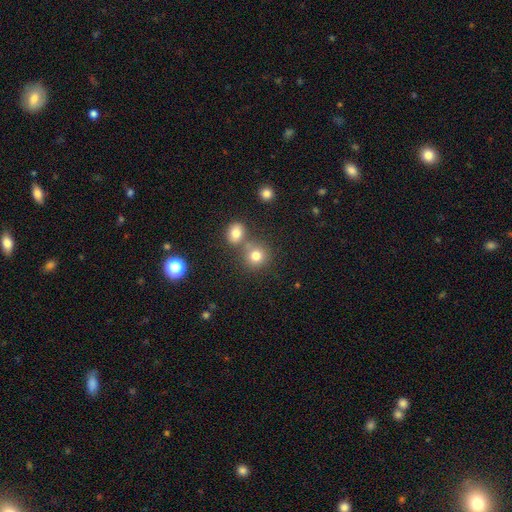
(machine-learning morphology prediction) This appears to be a smooth galaxy with no disk features (78%) that is round (86%). Merging: none (64%).